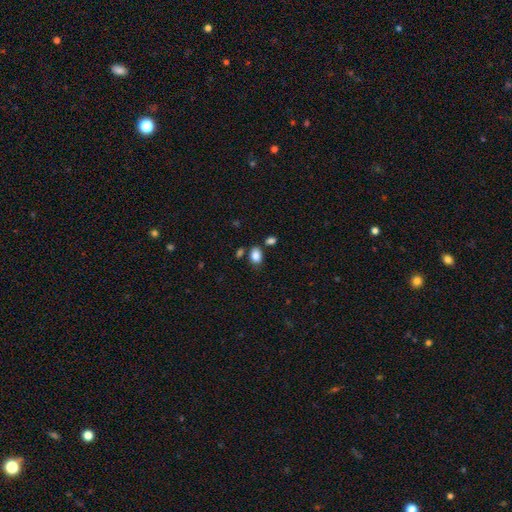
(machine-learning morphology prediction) type=smooth (86%); roundness=in between (79%); merging=none (71%).